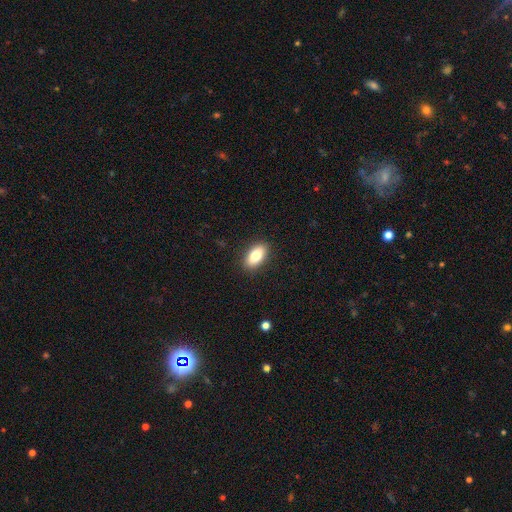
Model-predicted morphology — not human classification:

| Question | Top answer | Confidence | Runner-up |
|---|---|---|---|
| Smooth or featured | smooth | 80% | featured or disk (12%) |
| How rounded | in between | 90% | cigar-shaped (5%) |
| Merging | none | 90% | minor disturbance (7%) |